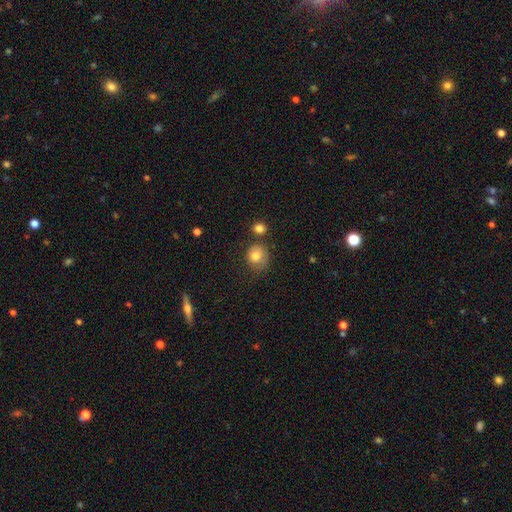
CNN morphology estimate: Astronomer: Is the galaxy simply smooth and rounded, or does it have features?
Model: smooth — 80%.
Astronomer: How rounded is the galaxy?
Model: round — 73%.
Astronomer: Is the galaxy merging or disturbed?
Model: none — 54%.